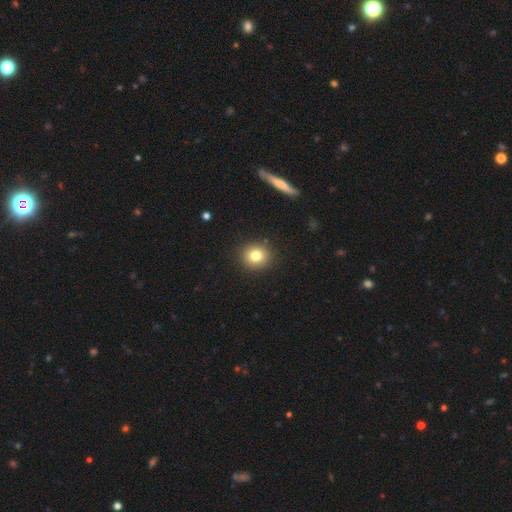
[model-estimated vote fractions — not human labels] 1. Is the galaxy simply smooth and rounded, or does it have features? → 80% smooth, 12% star or artifact, 8% featured or disk.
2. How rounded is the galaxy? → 83% round, 16% in between, 1% cigar-shaped.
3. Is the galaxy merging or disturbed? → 90% none, 7% minor disturbance, 2% major disturbance, 1% merger.